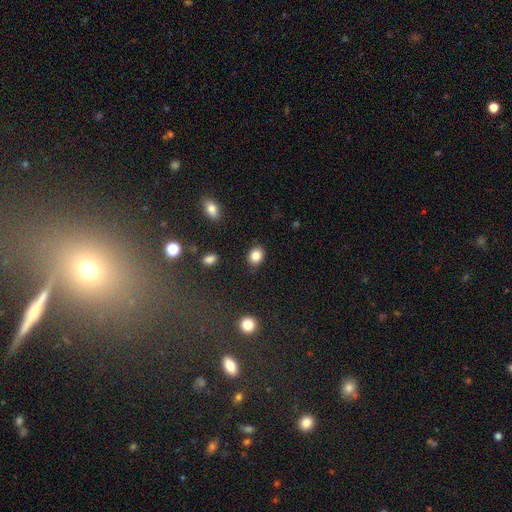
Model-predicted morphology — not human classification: Smooth or featured? smooth (85%)
How rounded? round (53%)
Merging? none (86%)